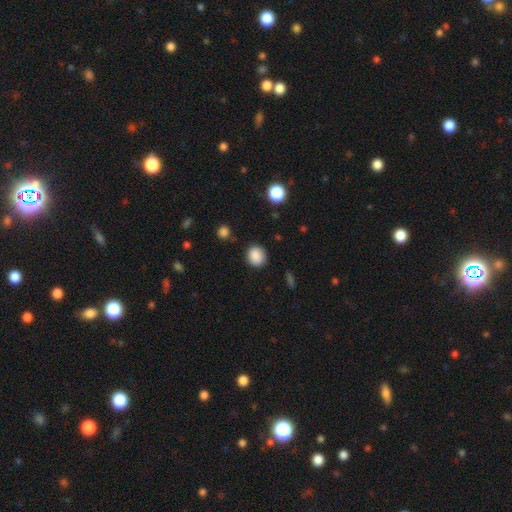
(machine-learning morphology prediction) This appears to be a smooth galaxy with no disk features (88%) that is round (81%). Merging: none (87%).